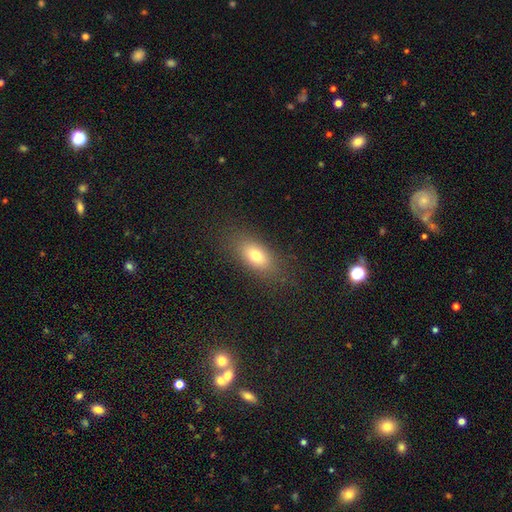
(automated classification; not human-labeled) This appears to be a smooth galaxy with no disk features (77%) that is in between round and cigar-shaped (83%). Merging: none (84%).